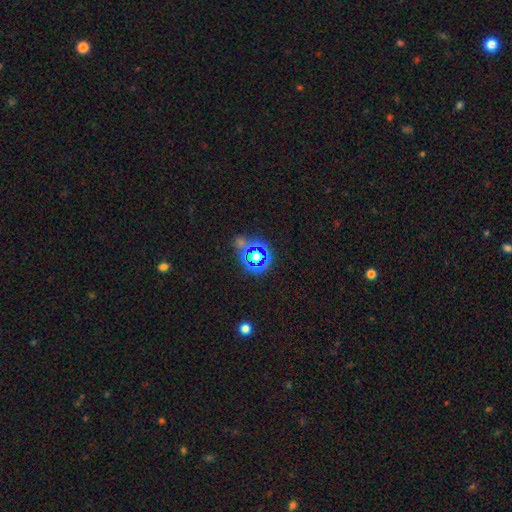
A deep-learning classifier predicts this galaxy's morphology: A star or artifact, not a galaxy (54%).

Vote fractions:
- Smooth or featured? star or artifact: 54% / smooth: 37% / featured or disk: 8%